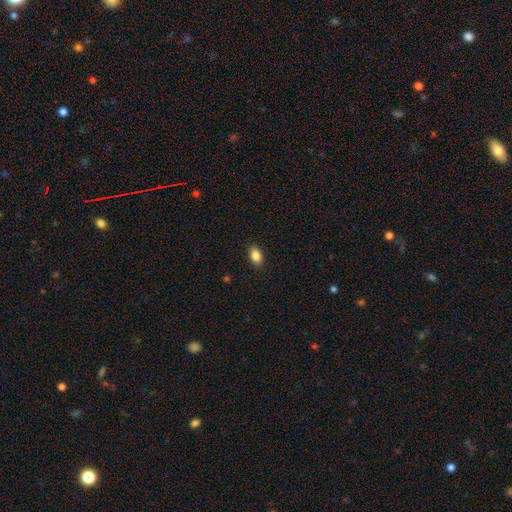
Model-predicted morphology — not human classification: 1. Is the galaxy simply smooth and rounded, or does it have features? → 86% smooth, 8% star or artifact, 6% featured or disk.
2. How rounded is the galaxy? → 88% in between, 10% round, 2% cigar-shaped.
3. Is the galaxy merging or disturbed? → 89% none, 8% minor disturbance, 2% major disturbance, 1% merger.